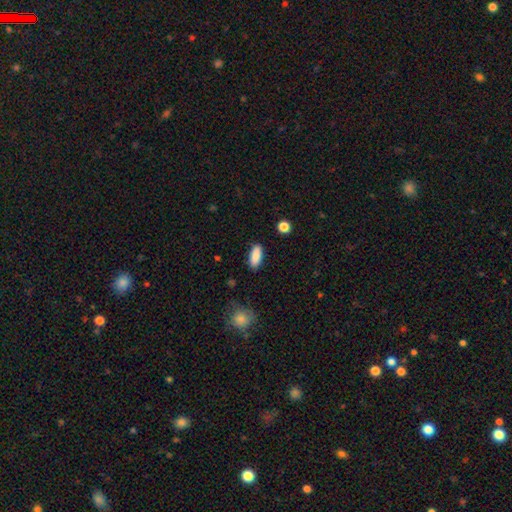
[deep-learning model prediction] Q: Smooth or featured?
A: smooth (88%); runner-up: star or artifact (6%)
Q: How rounded?
A: in between (75%); runner-up: cigar-shaped (23%)
Q: Merging?
A: none (87%); runner-up: minor disturbance (10%)